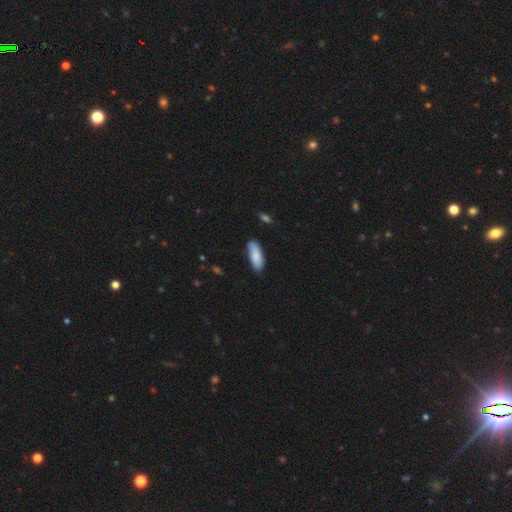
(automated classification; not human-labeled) Smooth or featured? smooth (86%)
How rounded? in between (74%)
Merging? none (81%)